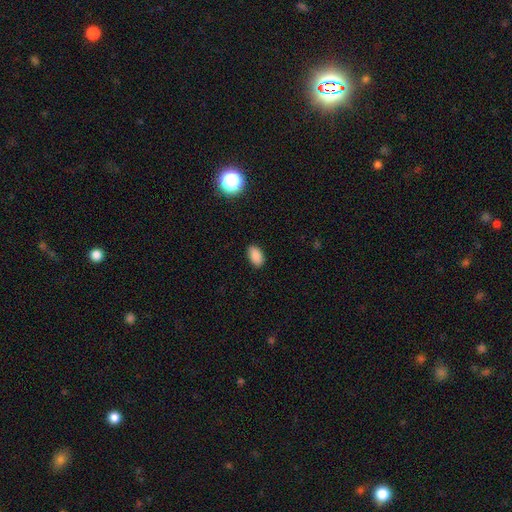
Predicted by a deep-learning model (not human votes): Smooth or featured: smooth — 87% (star or artifact — 9%)
How rounded: in between — 92% (round — 6%)
Merging: none — 88% (minor disturbance — 9%)